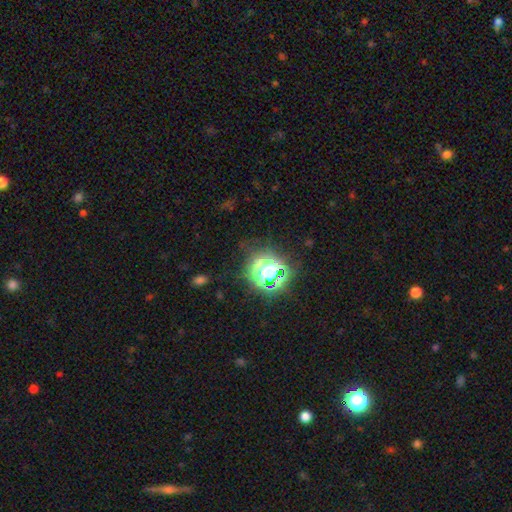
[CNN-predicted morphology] This is likely a star or artifact rather than a galaxy (65%).